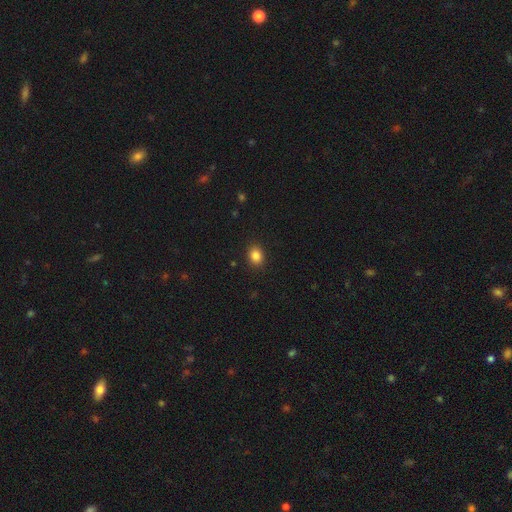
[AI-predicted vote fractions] A smooth galaxy with no disk features (85%) that is round (51%).

Vote fractions:
- Smooth or featured? smooth: 85% / star or artifact: 11% / featured or disk: 4%
- How rounded? round: 51% / in between: 48% / cigar-shaped: 1%
- Merging? none: 89% / minor disturbance: 8% / major disturbance: 2% / merger: 1%